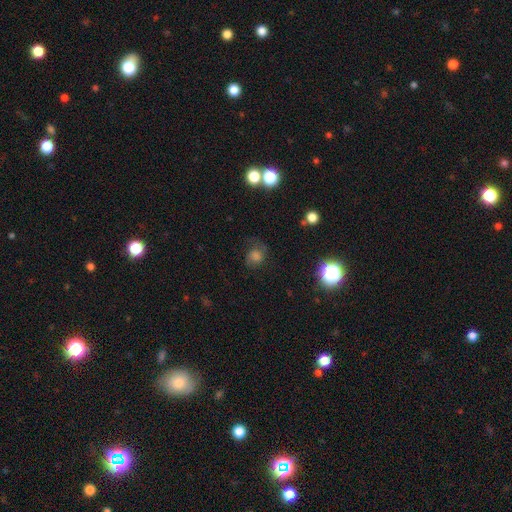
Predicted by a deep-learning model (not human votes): Morphology: type=smooth (47%); merging=none (59%).